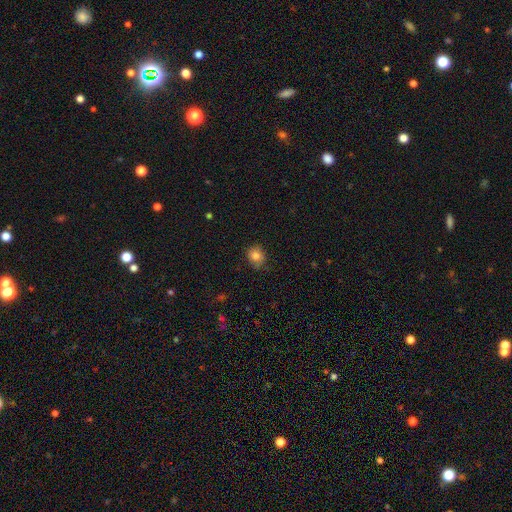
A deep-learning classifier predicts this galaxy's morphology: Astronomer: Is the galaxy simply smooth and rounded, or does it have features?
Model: smooth — 83%.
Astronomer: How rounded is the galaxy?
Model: round — 77%.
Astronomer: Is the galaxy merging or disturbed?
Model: none — 78%.